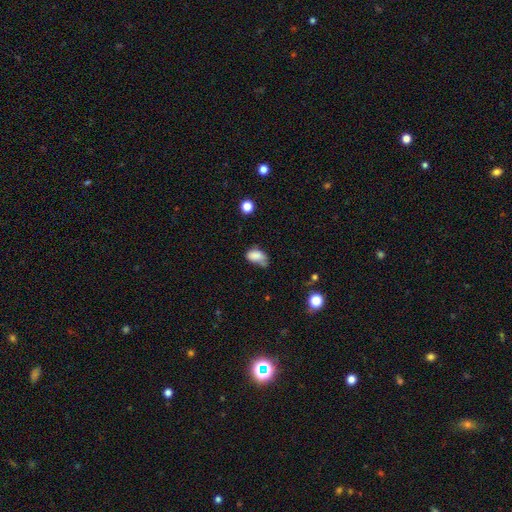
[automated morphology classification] Q: Smooth or featured?
A: smooth (81%); runner-up: star or artifact (10%)
Q: How rounded?
A: in between (88%); runner-up: round (10%)
Q: Merging?
A: minor disturbance (37%); tied with: none (37%)